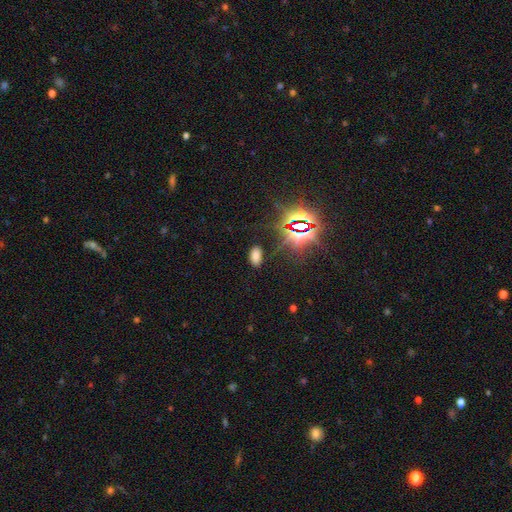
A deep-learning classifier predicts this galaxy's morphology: type=smooth (62%); roundness=in between (92%); merging=none (84%).